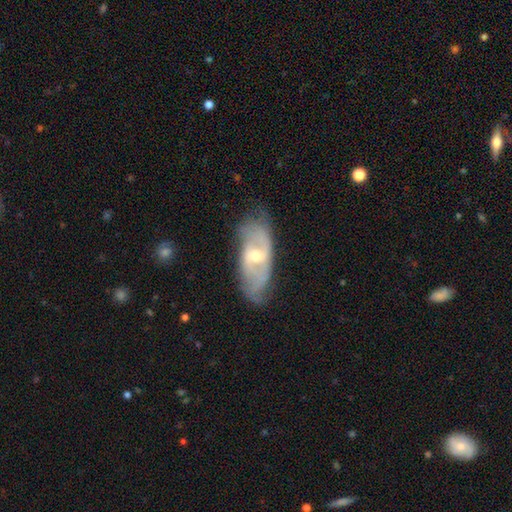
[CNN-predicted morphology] A featured or disk galaxy (73%) with a weak bar (50%), spiral arms (78%) and a moderate central bulge (52%).

Vote fractions:
- Smooth or featured? featured or disk: 73% / smooth: 20% / star or artifact: 7%
- Edge-on disk? no: 87% / yes: 13%
- Bar? weak: 50% / no: 33% / strong: 17%
- Spiral arms? yes: 78% / no: 22%
- Bulge size? moderate: 52% / small: 44% / large: 2% / none: 1% / dominant: 1%
- Merging? none: 68% / minor disturbance: 23% / major disturbance: 7% / merger: 2%